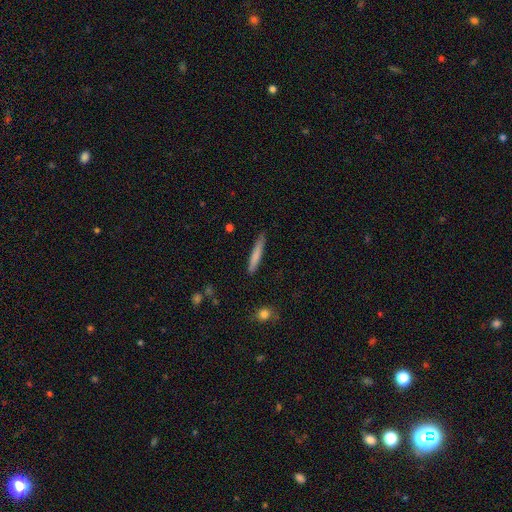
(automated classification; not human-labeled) Smooth or featured? Predicted: smooth (p=0.75). How rounded? Predicted: cigar-shaped (p=0.94). Merging? Predicted: none (p=0.85).